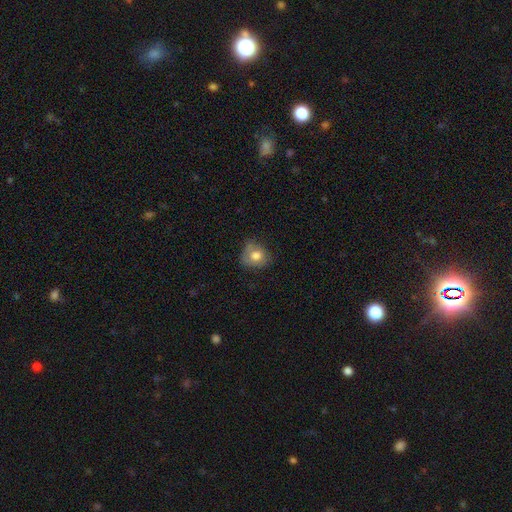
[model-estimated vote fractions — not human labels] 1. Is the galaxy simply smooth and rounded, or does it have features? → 70% smooth, 21% featured or disk, 8% star or artifact.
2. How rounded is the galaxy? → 65% round, 34% in between, 1% cigar-shaped.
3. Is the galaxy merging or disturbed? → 47% none, 34% minor disturbance, 16% major disturbance, 3% merger.